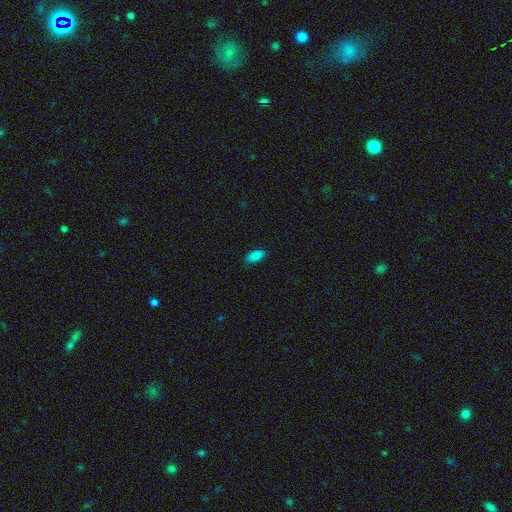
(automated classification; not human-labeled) This appears to be a smooth galaxy with no disk features (86%) that is in between round and cigar-shaped (92%). Merging: none (84%).